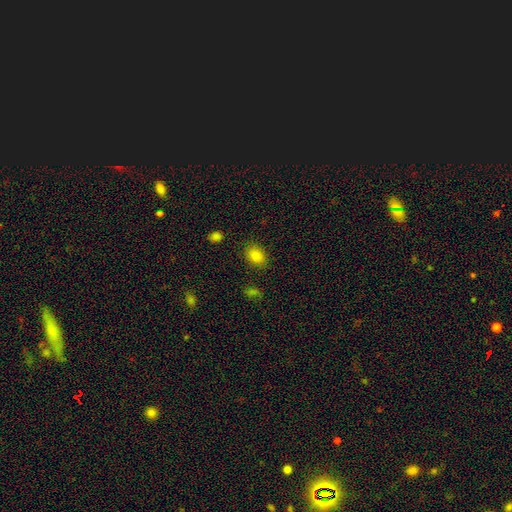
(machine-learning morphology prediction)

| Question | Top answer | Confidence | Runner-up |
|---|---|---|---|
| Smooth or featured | smooth | 84% | star or artifact (11%) |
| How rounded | in between | 73% | round (26%) |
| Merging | none | 85% | minor disturbance (10%) |